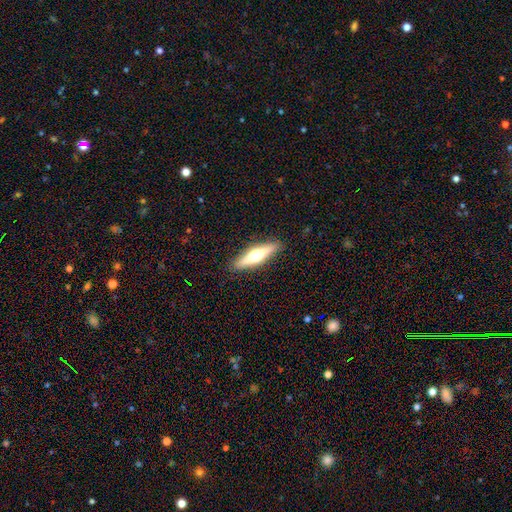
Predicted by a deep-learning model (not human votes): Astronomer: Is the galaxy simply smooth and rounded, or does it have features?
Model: featured or disk — 58% (runner-up: smooth, 36%).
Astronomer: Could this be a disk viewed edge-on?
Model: yes — 95%.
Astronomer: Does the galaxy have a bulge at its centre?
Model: rounded — 95%.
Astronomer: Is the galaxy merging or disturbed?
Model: none — 90%.